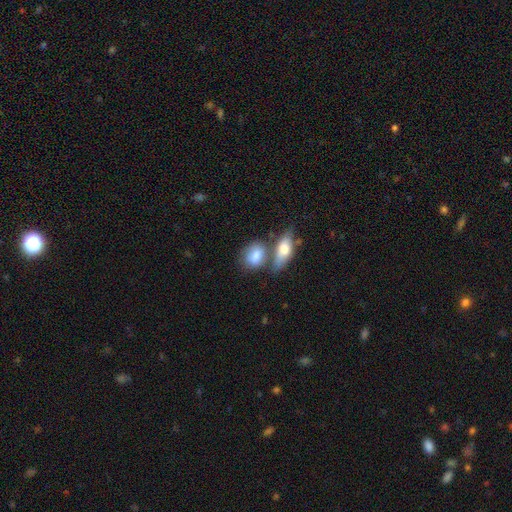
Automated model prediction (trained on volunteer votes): This is likely a smooth galaxy (77%). How rounded: likely in between (68%). Merging: marginally none (44%).